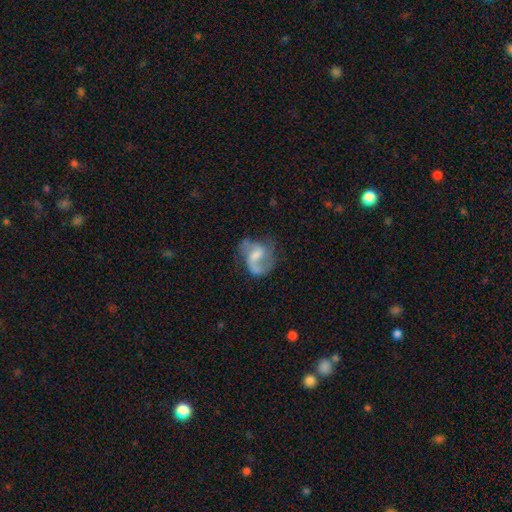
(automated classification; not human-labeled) smooth_or_featured: featured or disk (p=0.69) [alt: smooth p=0.24]
disk_edge_on: no (p=0.98) [alt: yes p=0.02]
bar: weak (p=0.51) [alt: no p=0.33]
has_spiral_arms: yes (p=0.84) [alt: no p=0.16]
spiral_winding: loose (p=0.48) [alt: medium p=0.41]
spiral_arm_count: 2 (p=0.63) [alt: 1 p=0.26]
bulge_size: moderate (p=0.37) [alt: small p=0.30]
merging: none (p=0.45) [alt: major disturbance p=0.28]